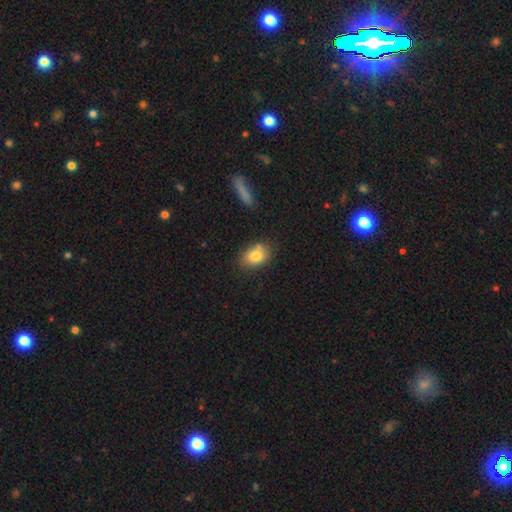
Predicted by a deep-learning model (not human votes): A smooth galaxy with no disk features (80%) that is in between round and cigar-shaped (80%).

Vote fractions:
- Smooth or featured? smooth: 80% / featured or disk: 11% / star or artifact: 8%
- How rounded? in between: 80% / round: 19% / cigar-shaped: 2%
- Merging? none: 69% / minor disturbance: 18% / merger: 8% / major disturbance: 4%